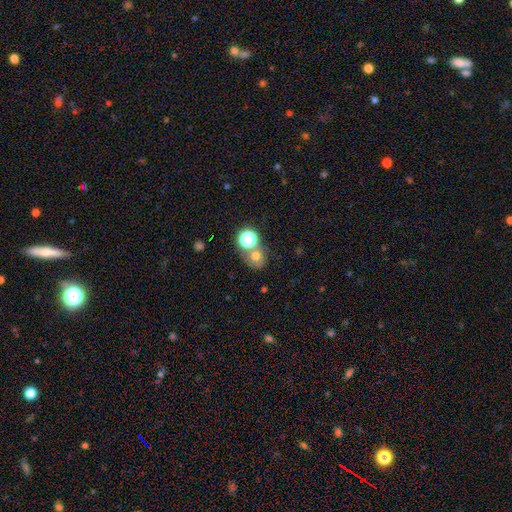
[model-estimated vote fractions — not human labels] Smooth or featured? Predicted: smooth (p=0.60). How rounded? Predicted: round (p=0.71). Merging? Predicted: none (p=0.48).